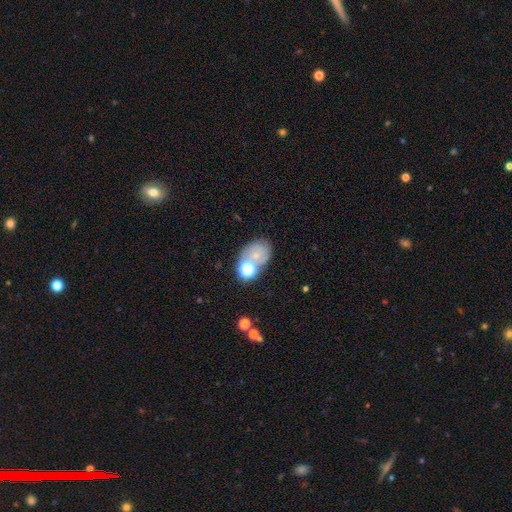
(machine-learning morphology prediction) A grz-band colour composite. It shows a smooth galaxy with no disk features (55%) that is in between round and cigar-shaped (64%). Merging: none (54%).